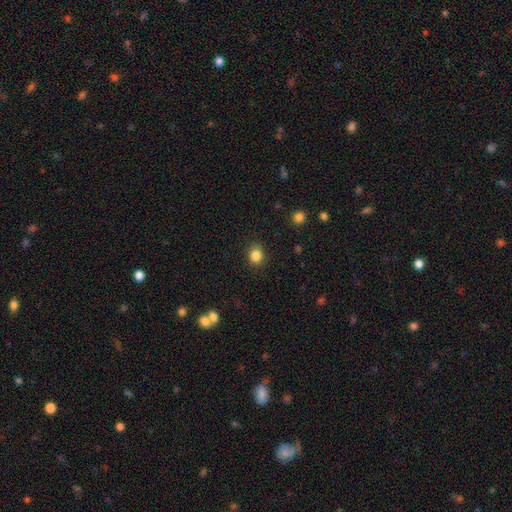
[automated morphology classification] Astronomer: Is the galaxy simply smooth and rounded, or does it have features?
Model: smooth — 84%.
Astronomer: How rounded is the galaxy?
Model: round — 68%.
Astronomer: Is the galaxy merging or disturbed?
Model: none — 88%.